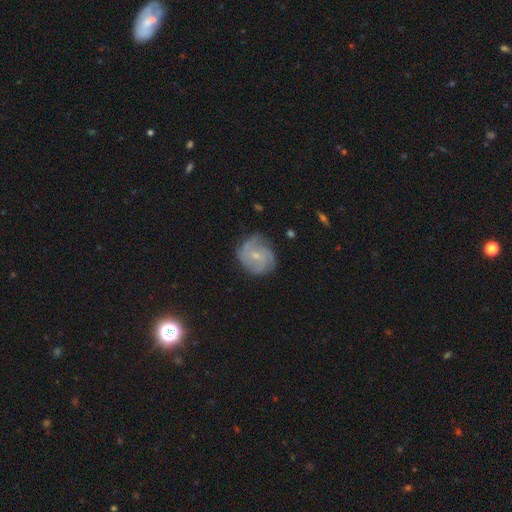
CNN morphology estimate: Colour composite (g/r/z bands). It shows a featured or disk galaxy (75%) with no bar (62%), 3 (36%) tight (52%) spiral arms (93%) and a small central bulge (69%). Merging: none (70%).